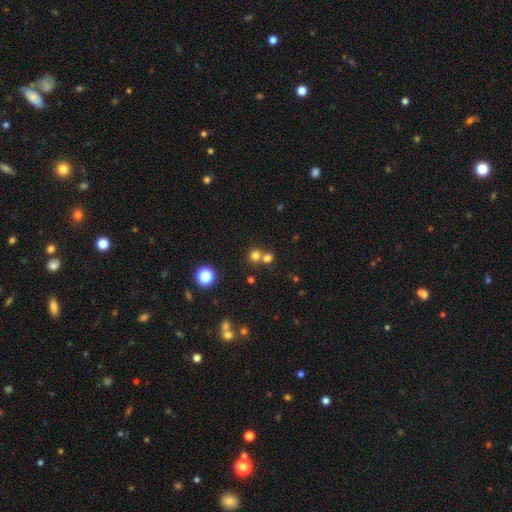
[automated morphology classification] smooth 72%, star or artifact 20%, featured or disk 8%. Down the decision tree: how rounded — round (87%); merging — none (53%).